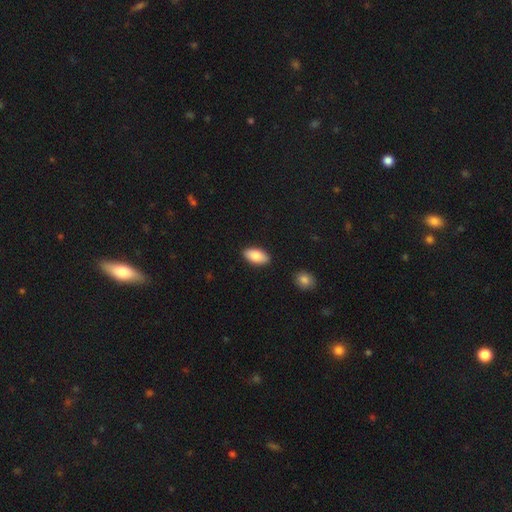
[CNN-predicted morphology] smooth-or-featured: smooth: 85% | featured or disk: 9% | star or artifact: 6%
  how-rounded: in between: 93% | cigar-shaped: 5% | round: 2%
  merging: none: 88% | minor disturbance: 8% | merger: 2% | major disturbance: 2%